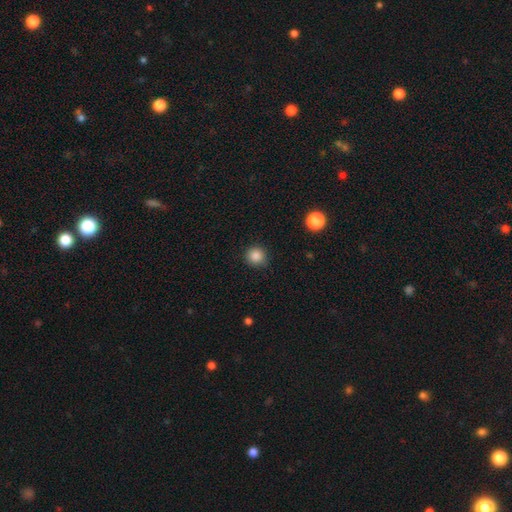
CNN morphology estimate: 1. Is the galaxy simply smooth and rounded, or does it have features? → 85% smooth, 11% star or artifact, 4% featured or disk.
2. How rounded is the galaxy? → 93% round, 6% in between, 1% cigar-shaped.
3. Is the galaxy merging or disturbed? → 88% none, 8% minor disturbance, 2% major disturbance, 1% merger.